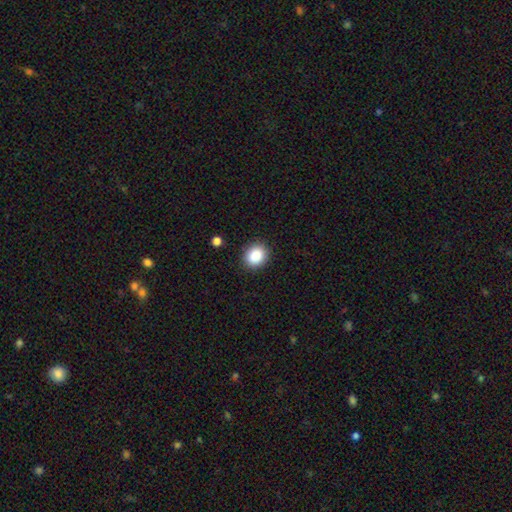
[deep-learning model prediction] This appears to be a smooth galaxy with no disk features (86%) that is round (64%). Merging: none (89%).